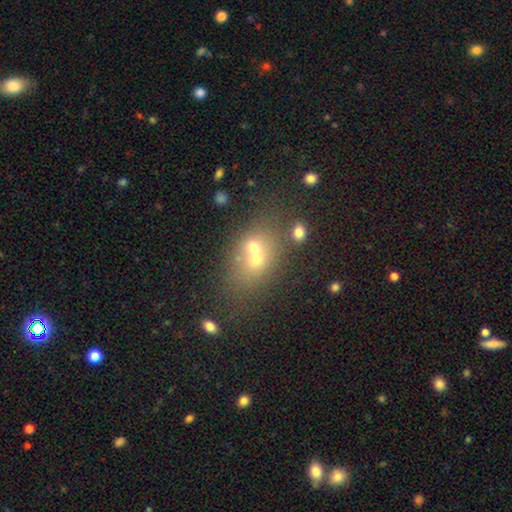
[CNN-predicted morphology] A smooth galaxy with no disk features (57%) that is in between round and cigar-shaped (55%).

Vote fractions:
- Smooth or featured? smooth: 57% / featured or disk: 26% / star or artifact: 17%
- How rounded? in between: 55% / round: 43% / cigar-shaped: 2%
- Merging? merger: 53% / none: 34% / minor disturbance: 8% / major disturbance: 5%